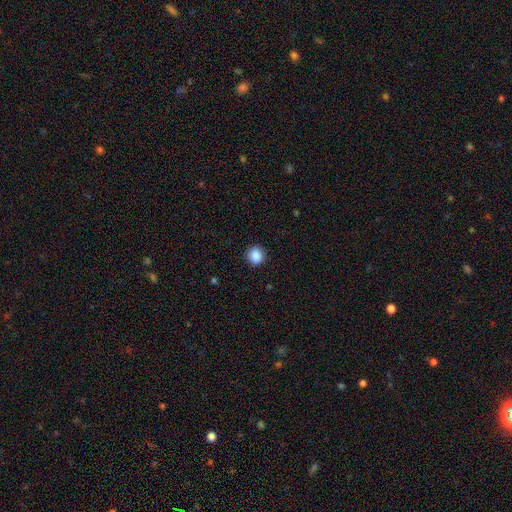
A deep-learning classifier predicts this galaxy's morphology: Smooth or featured: smooth — 88% (star or artifact — 9%)
How rounded: round — 87% (in between — 12%)
Merging: none — 91% (minor disturbance — 7%)